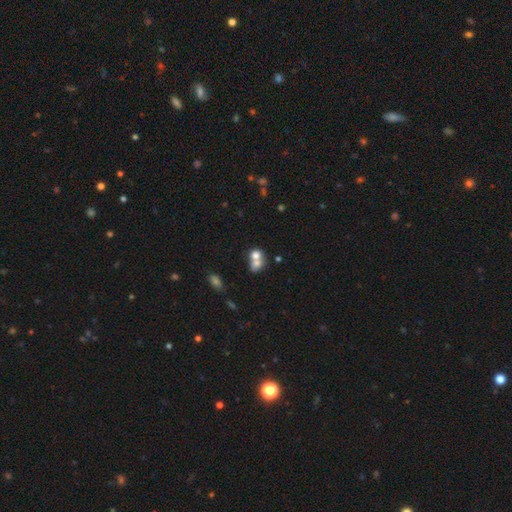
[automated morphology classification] Overall: smooth (70%). How rounded: round (61%; in between 38%). Merging: merger (66%).